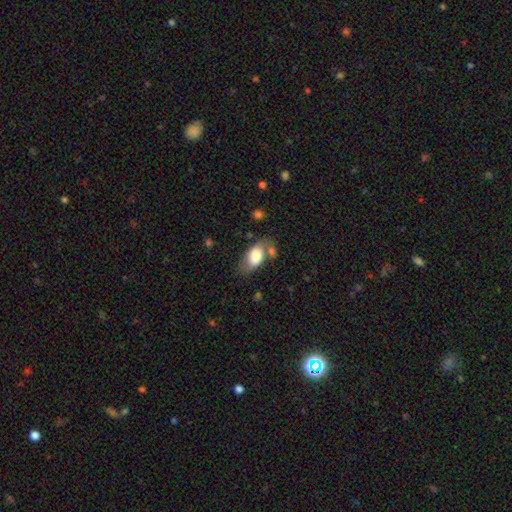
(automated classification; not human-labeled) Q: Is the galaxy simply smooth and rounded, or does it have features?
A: smooth — 69%.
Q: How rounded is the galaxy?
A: in between — 91%.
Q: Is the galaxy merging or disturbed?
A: none — 50%.